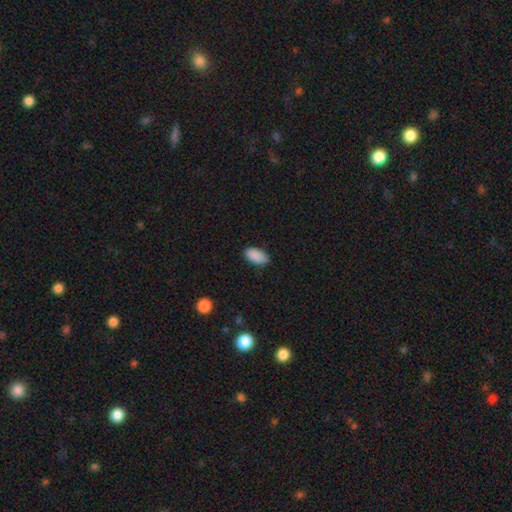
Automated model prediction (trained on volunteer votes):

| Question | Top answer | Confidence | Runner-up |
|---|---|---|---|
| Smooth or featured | smooth | 89% | star or artifact (7%) |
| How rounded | in between | 94% | round (3%) |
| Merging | none | 84% | minor disturbance (12%) |